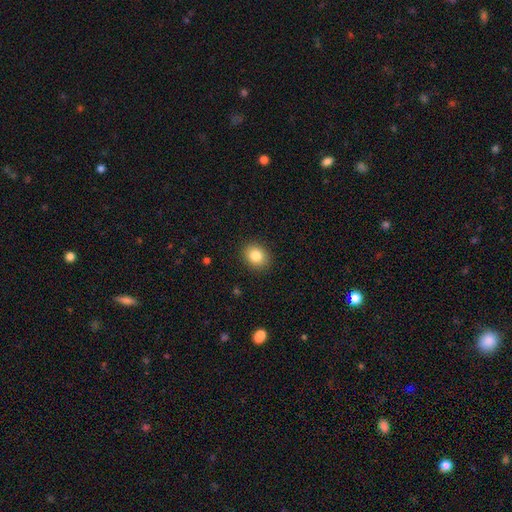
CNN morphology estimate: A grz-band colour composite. It shows a smooth galaxy with no disk features (83%) that is round (63%). Merging: none (90%).